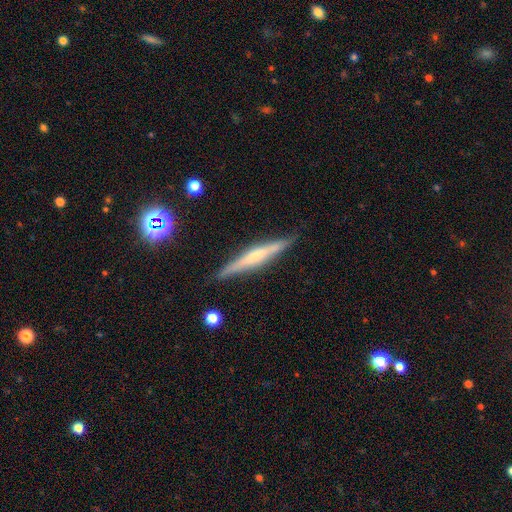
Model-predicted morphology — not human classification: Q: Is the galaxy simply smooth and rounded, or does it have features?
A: featured or disk — 61%.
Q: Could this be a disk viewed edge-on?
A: yes — 97%.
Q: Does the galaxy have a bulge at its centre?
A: rounded — 41%.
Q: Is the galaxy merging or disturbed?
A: none — 87%.